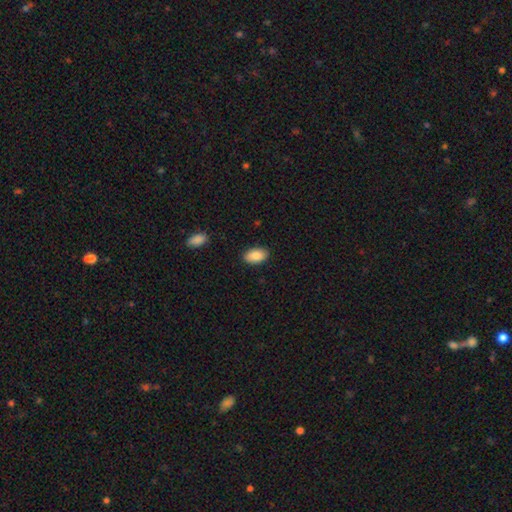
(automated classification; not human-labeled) This is clearly a smooth galaxy (88%). How rounded: clearly in between (94%). Merging: clearly none (88%).